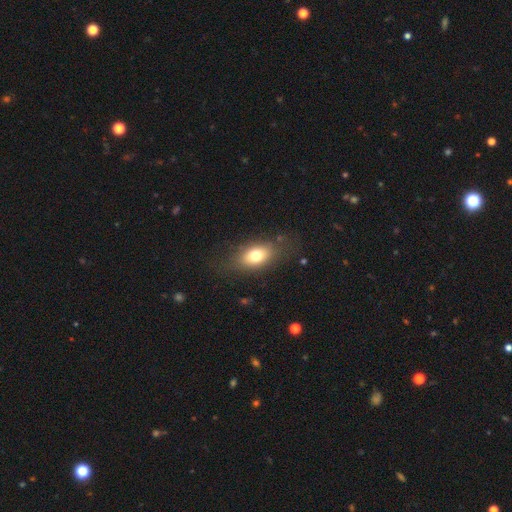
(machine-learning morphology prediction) Overall: smooth (72%). How rounded: in between (82%). Merging: none (74%).